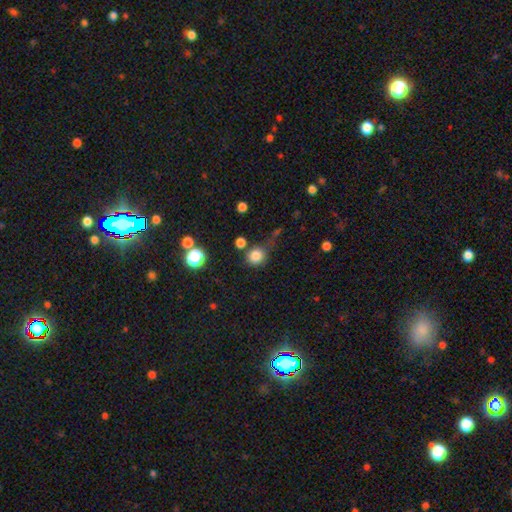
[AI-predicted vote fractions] Morphology: type=smooth (82%); roundness=round (87%); merging=none (65%).